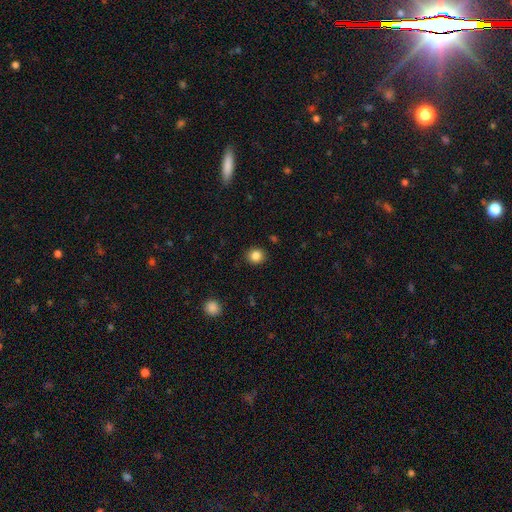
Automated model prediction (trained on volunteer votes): Morphology: type=smooth (85%); roundness=round (83%); merging=none (90%).